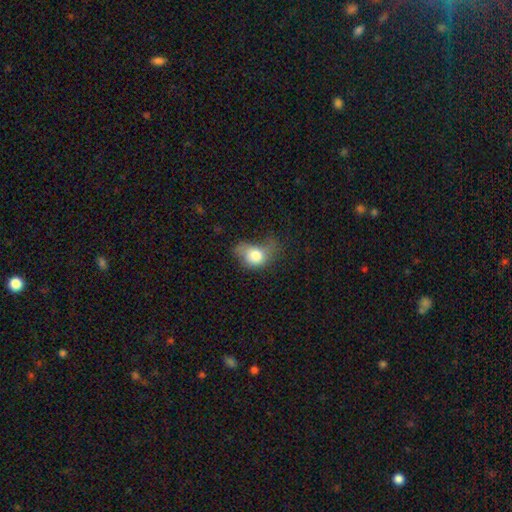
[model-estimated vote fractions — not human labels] smooth_or_featured: smooth (p=0.75) [alt: featured or disk p=0.16]
how_rounded: in between (p=0.63) [alt: round p=0.36]
merging: major disturbance (p=0.42) [alt: minor disturbance p=0.32]